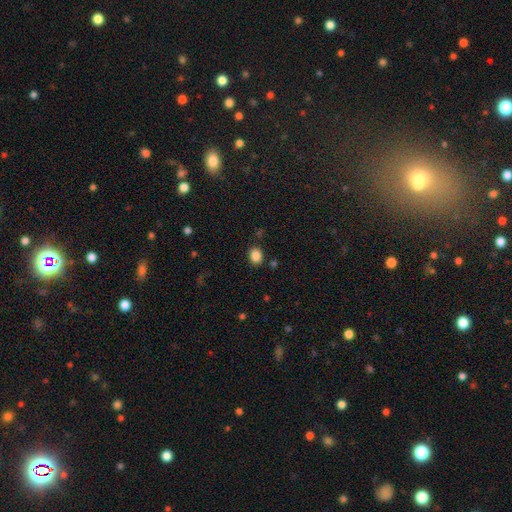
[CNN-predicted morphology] smooth-or-featured: smooth: 87% | star or artifact: 10% | featured or disk: 4%
  how-rounded: in between: 58% | round: 41% | cigar-shaped: 1%
  merging: none: 85% | minor disturbance: 10% | major disturbance: 3% | merger: 3%